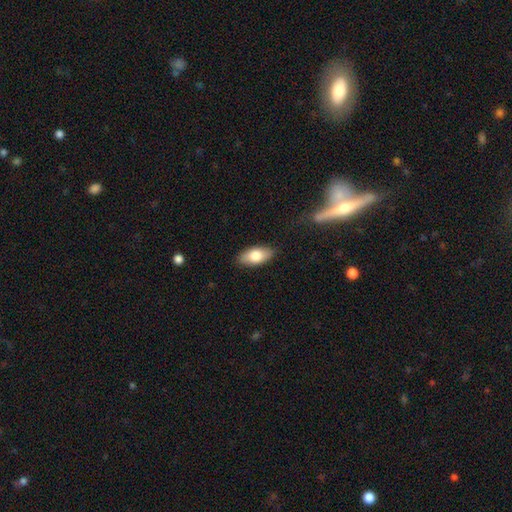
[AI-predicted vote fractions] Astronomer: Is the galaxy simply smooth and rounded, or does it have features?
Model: smooth — 78%.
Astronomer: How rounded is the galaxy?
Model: in between — 90%.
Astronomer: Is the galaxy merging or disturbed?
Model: none — 86%.